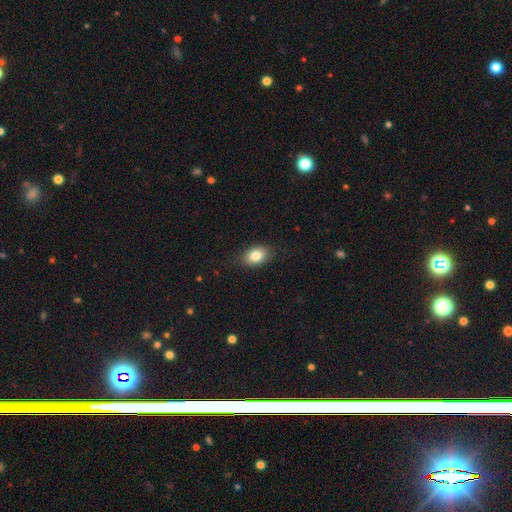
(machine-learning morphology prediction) Smooth or featured?
  - smooth: 83% *
  - star or artifact: 9%
  - featured or disk: 8%
How rounded?
  - in between: 78% *
  - round: 20%
  - cigar-shaped: 1%
Merging?
  - none: 84% *
  - minor disturbance: 12%
  - major disturbance: 3%
  - merger: 1%